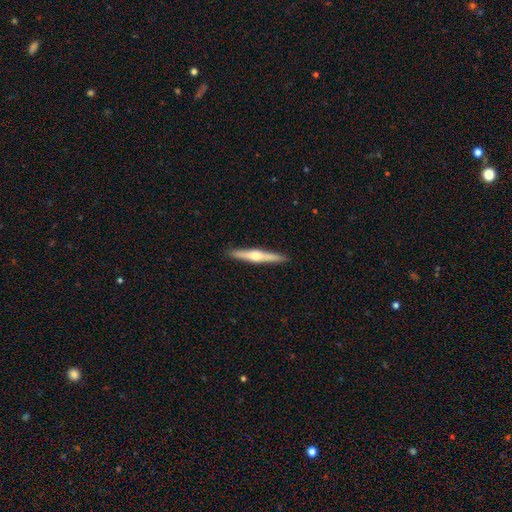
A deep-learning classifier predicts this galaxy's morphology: smooth-or-featured: featured or disk: 62% | smooth: 33% | star or artifact: 5%
  disk-edge-on: yes: 98% | no: 2%
    edge-on-bulge: rounded: 88% | none: 6% | boxy: 6%
  merging: none: 92% | minor disturbance: 6% | major disturbance: 1% | merger: 1%